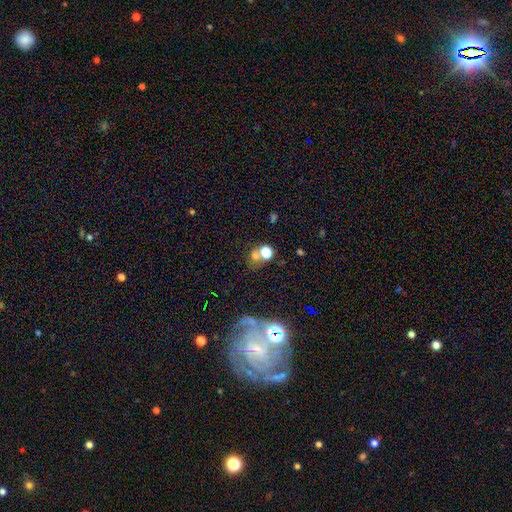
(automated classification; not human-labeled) The model was most divided on "merging": none: 47%, merger: 34%, minor disturbance: 11%, major disturbance: 9%. More confident: how rounded — round (70%); smooth or featured — smooth (59%).